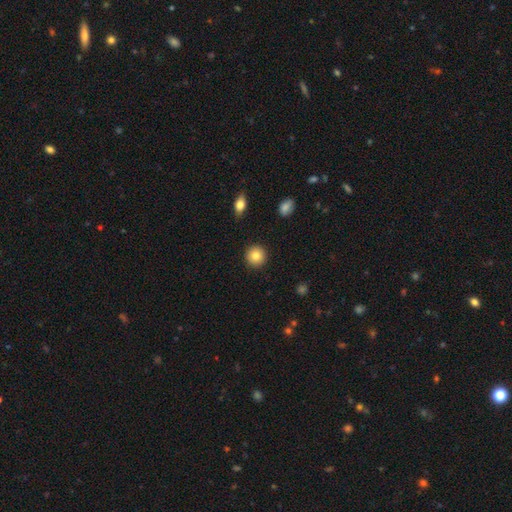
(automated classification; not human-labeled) A smooth galaxy with no disk features (84%) that is round (94%). Merging: none (92%).